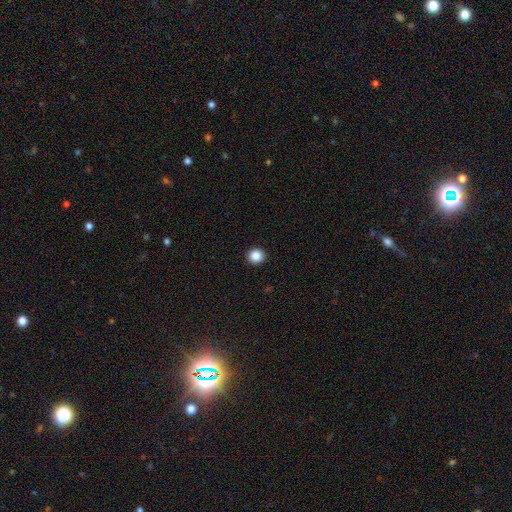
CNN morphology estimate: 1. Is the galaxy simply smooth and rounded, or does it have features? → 86% smooth, 10% star or artifact, 4% featured or disk.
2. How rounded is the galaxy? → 91% round, 8% in between, 1% cigar-shaped.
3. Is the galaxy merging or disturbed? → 93% none, 4% minor disturbance, 1% major disturbance, 1% merger.